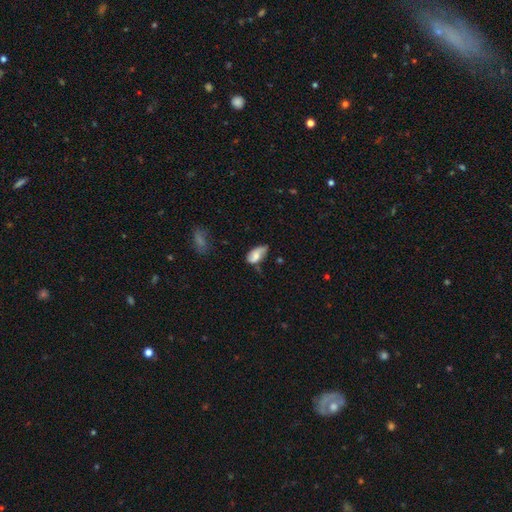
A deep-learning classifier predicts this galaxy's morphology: smooth_or_featured: smooth (p=0.66) [alt: featured or disk p=0.27]
how_rounded: in between (p=0.92) [alt: round p=0.04]
merging: minor disturbance (p=0.41) [alt: none p=0.39]